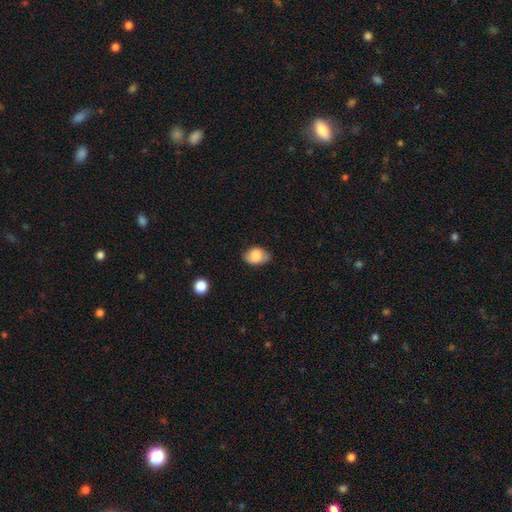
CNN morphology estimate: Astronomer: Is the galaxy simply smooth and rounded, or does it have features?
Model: smooth — 81%.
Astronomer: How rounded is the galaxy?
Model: in between — 81%.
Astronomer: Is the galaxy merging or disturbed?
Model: none — 73%.